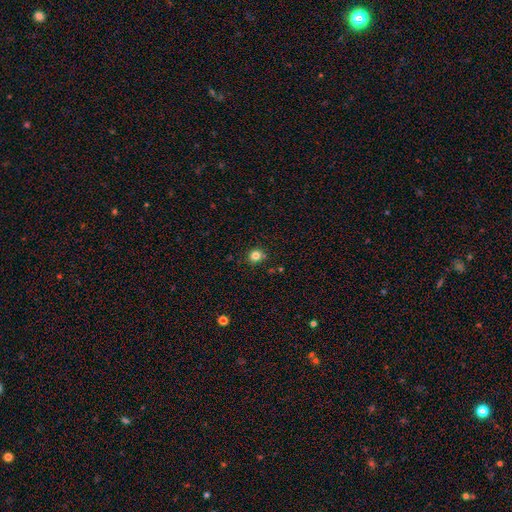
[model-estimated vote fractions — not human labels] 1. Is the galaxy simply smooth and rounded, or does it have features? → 81% smooth, 13% star or artifact, 5% featured or disk.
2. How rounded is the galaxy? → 85% round, 14% in between, 1% cigar-shaped.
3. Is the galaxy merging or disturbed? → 86% none, 9% minor disturbance, 3% merger, 2% major disturbance.